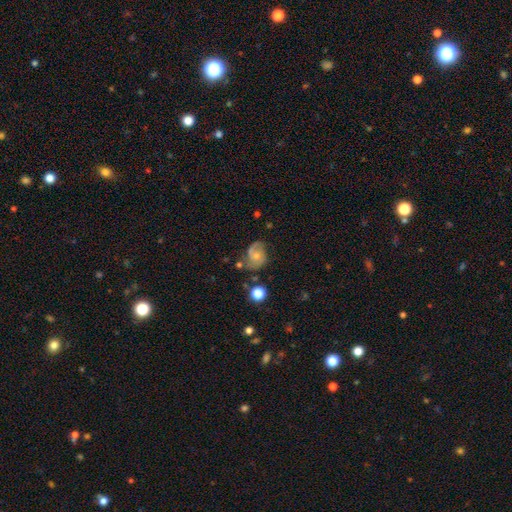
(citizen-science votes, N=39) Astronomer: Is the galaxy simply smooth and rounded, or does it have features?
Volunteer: featured or disk — 74%.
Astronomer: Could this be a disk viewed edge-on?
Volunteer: no — 97%.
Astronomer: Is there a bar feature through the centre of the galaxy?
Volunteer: no — 71%.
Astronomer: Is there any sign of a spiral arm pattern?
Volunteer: yes — 96%.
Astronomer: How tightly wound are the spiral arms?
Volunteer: medium — 63%.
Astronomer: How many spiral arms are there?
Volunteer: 2 — 70%.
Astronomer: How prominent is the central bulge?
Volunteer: small — 54% (runner-up: moderate, 43%).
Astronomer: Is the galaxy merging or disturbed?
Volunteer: none — 50% (runner-up: minor disturbance, 36%).